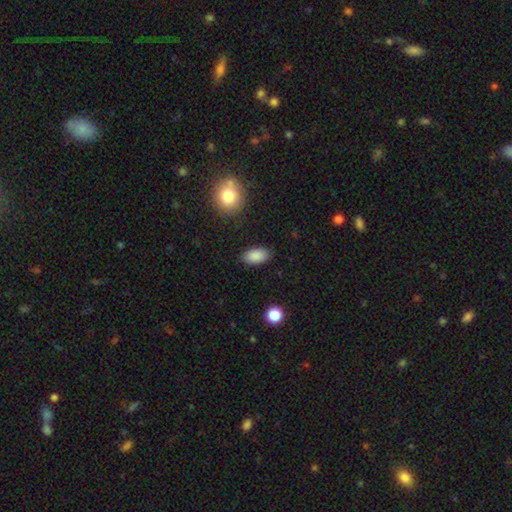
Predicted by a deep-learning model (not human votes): A smooth galaxy with no disk features (89%) that is in between round and cigar-shaped (93%). Merging: none (87%).